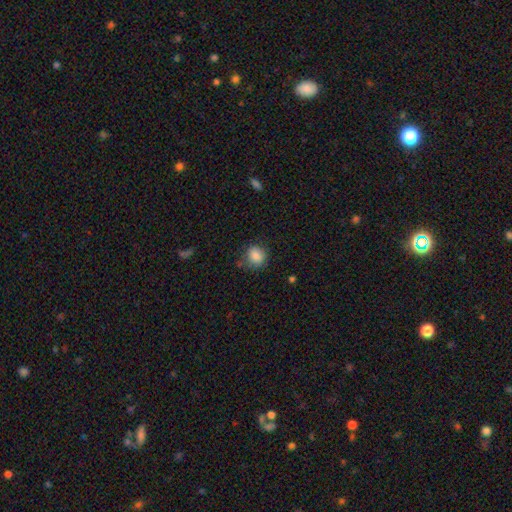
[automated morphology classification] smooth_or_featured: smooth (p=0.85) [alt: star or artifact p=0.09]
how_rounded: round (p=0.81) [alt: in between p=0.18]
merging: none (p=0.72) [alt: minor disturbance p=0.20]